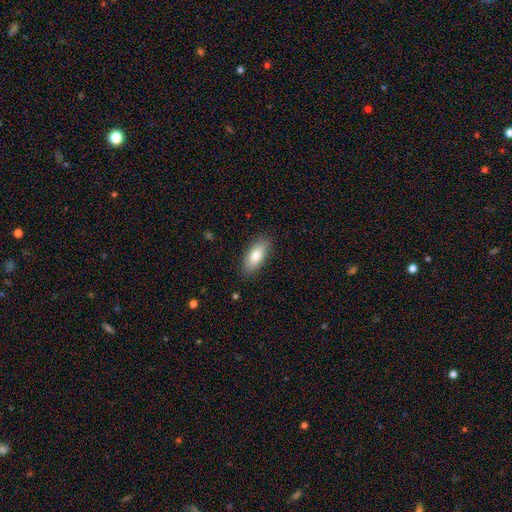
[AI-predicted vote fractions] smooth 80%, featured or disk 14%, star or artifact 6%. Down the decision tree: how rounded — in between (81%); merging — none (87%).